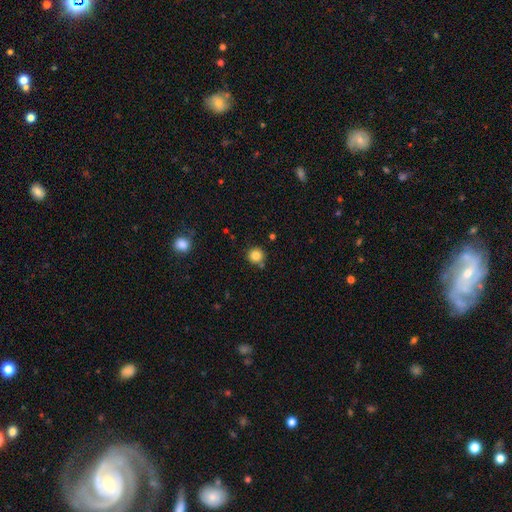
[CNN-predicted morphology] Smooth or featured?
  - smooth: 83% *
  - star or artifact: 11%
  - featured or disk: 6%
How rounded?
  - round: 94% *
  - in between: 5%
  - cigar-shaped: 1%
Merging?
  - none: 81% *
  - minor disturbance: 10%
  - merger: 7%
  - major disturbance: 3%